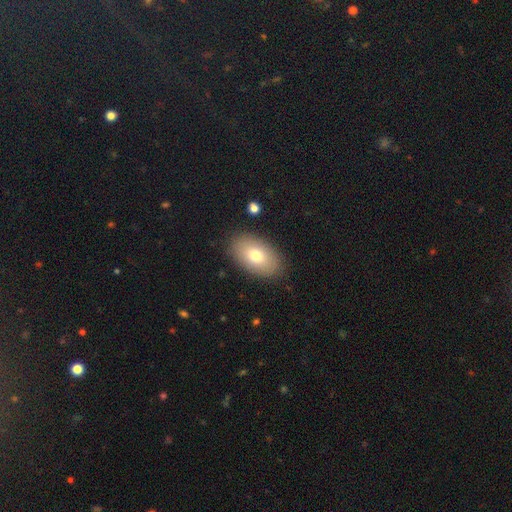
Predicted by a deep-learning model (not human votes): Smooth or featured? smooth (75%)
How rounded? in between (92%)
Merging? none (86%)